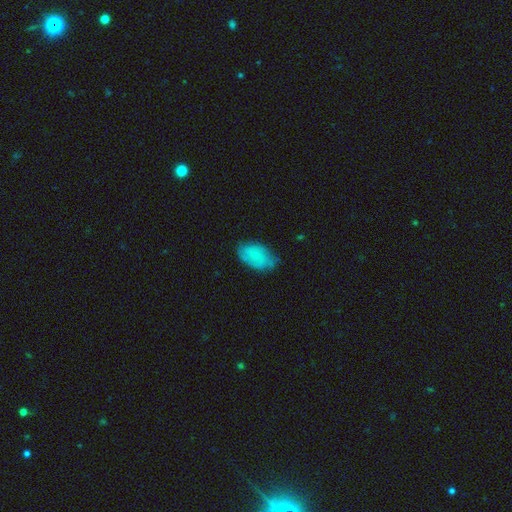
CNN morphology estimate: smooth-or-featured: smooth: 55% | featured or disk: 38% | star or artifact: 7%
  how-rounded: in between: 90% | round: 8% | cigar-shaped: 2%
  merging: none: 62% | minor disturbance: 30% | major disturbance: 7% | merger: 2%